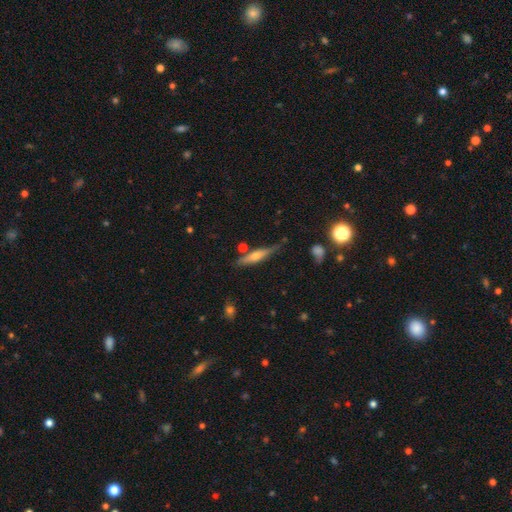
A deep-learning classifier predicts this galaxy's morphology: This appears to be a featured or disk galaxy (55%) viewed edge-on (93%) with a rounded central bulge (81%). Merging: none (73%).